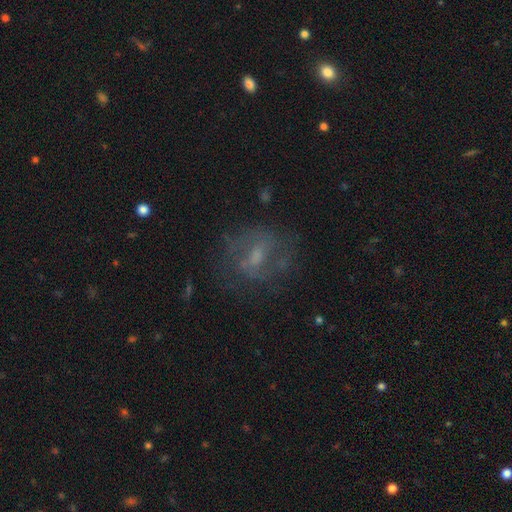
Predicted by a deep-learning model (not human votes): A featured or disk galaxy (55%) with a weak bar (49%), spiral arms (58%) and a moderate central bulge (35%, tied with small). Merging: none (65%).